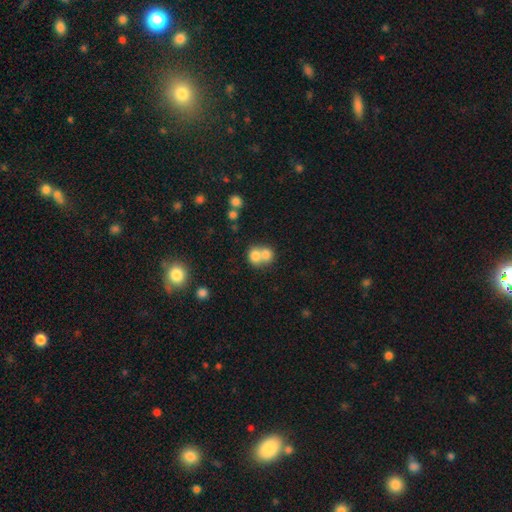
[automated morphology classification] This appears to be a smooth galaxy with no disk features (74%) that is round (64%). Merging: merger (68%).